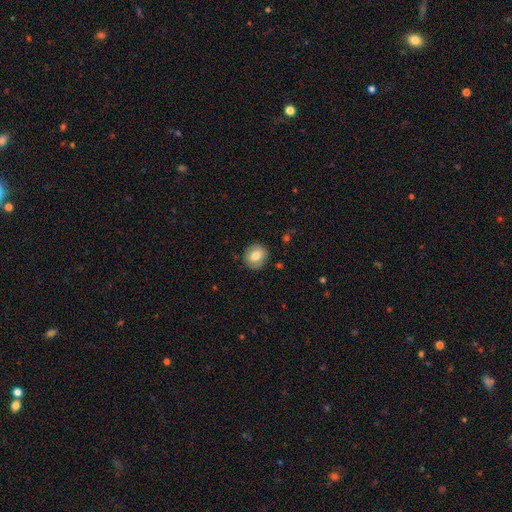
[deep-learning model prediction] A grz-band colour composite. It shows a smooth galaxy with no disk features (75%) that is round (79%). Merging: none (86%).